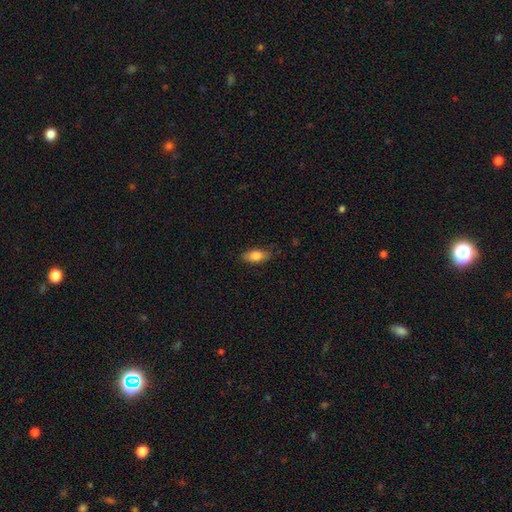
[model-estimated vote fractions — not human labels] Smooth or featured? Predicted: smooth (p=0.80). How rounded? Predicted: in between (p=0.84). Merging? Predicted: none (p=0.80).